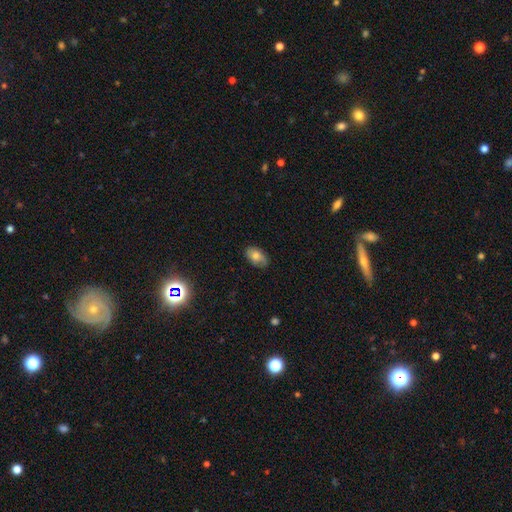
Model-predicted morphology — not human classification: Smooth or featured?
  - smooth: 71% *
  - featured or disk: 19%
  - star or artifact: 10%
How rounded?
  - in between: 90% *
  - round: 8%
  - cigar-shaped: 2%
Merging?
  - none: 76% *
  - minor disturbance: 19%
  - major disturbance: 4%
  - merger: 1%